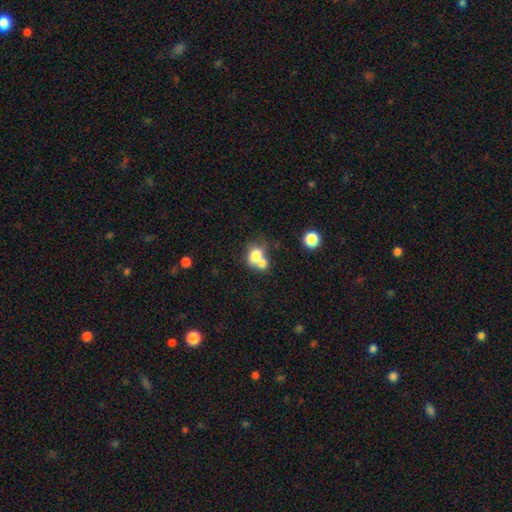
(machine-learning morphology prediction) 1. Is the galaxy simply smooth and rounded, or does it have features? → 73% smooth, 17% featured or disk, 10% star or artifact.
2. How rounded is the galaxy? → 54% in between, 45% round, 1% cigar-shaped.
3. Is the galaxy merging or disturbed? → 62% merger, 25% none, 8% minor disturbance, 5% major disturbance.